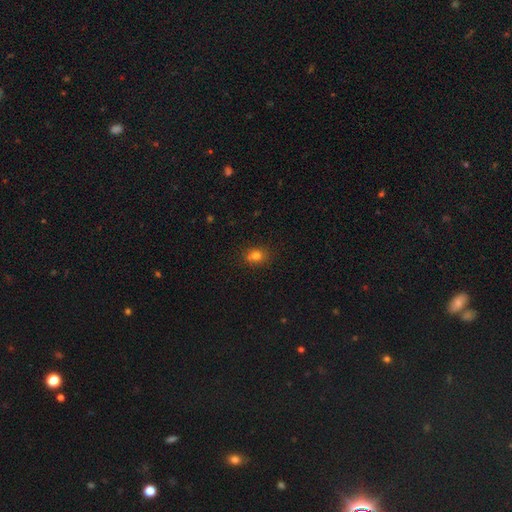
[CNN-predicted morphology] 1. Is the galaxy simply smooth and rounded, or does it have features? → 78% smooth, 14% star or artifact, 8% featured or disk.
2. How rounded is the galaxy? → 56% round, 43% in between, 1% cigar-shaped.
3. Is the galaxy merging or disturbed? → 76% none, 15% minor disturbance, 5% merger, 3% major disturbance.